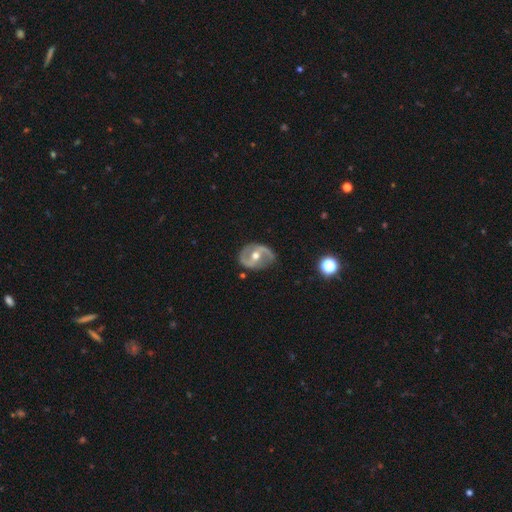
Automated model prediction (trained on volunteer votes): Q: Smooth or featured?
A: featured or disk (83%); runner-up: smooth (12%)
Q: Edge-on disk?
A: no (96%); runner-up: yes (4%)
Q: Bar?
A: weak (39%); runner-up: strong (35%)
Q: Spiral arms?
A: yes (83%); runner-up: no (17%)
Q: Spiral winding?
A: medium (45%); runner-up: loose (34%)
Q: Spiral arm count?
A: 2 (87%); runner-up: can't tell (5%)
Q: Bulge size?
A: moderate (76%); runner-up: small (18%)
Q: Merging?
A: none (75%); runner-up: minor disturbance (17%)